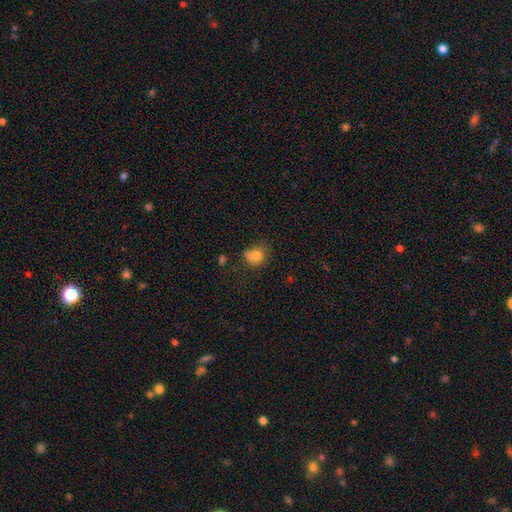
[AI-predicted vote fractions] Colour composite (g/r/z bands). It shows a smooth galaxy with no disk features (78%) that is round (67%). Merging: none (43%).